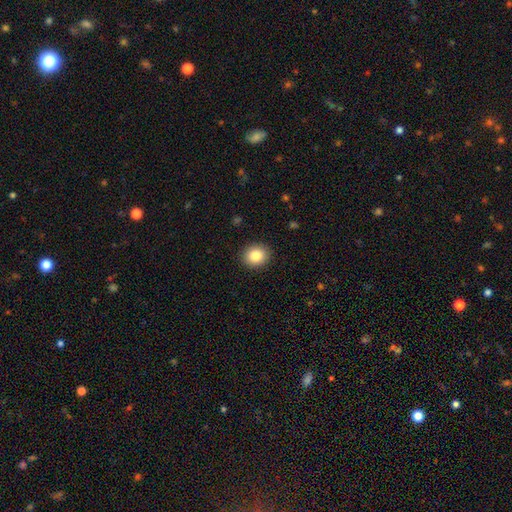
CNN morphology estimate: Q: Smooth or featured?
A: smooth (86%); runner-up: star or artifact (9%)
Q: How rounded?
A: round (71%); runner-up: in between (29%)
Q: Merging?
A: none (91%); runner-up: minor disturbance (7%)